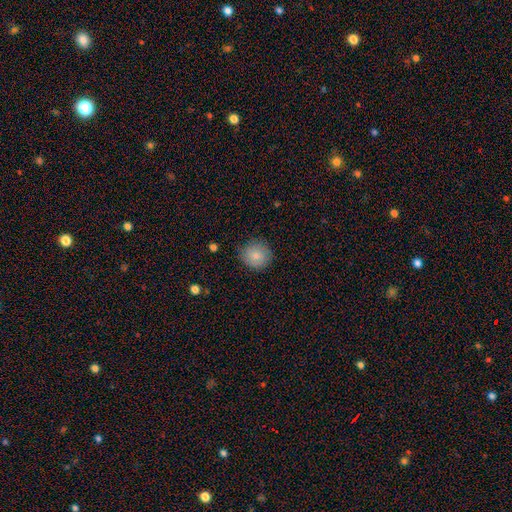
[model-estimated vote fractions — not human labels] Smooth or featured: smooth — 83% (featured or disk — 9%)
How rounded: round — 89% (in between — 10%)
Merging: none — 84% (minor disturbance — 13%)